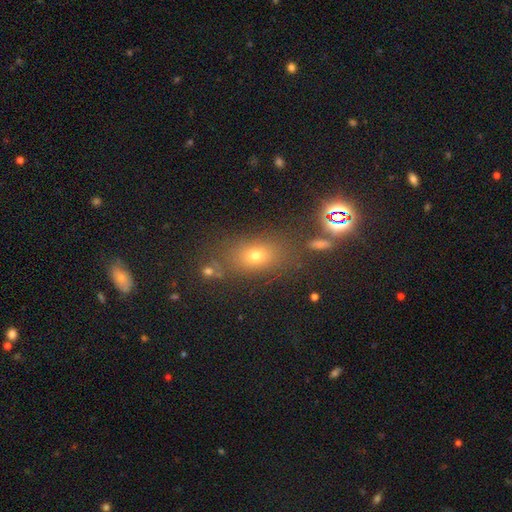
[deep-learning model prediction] A smooth galaxy with no disk features (62%) that is in between round and cigar-shaped (65%).

Vote fractions:
- Smooth or featured? smooth: 62% / star or artifact: 25% / featured or disk: 13%
- How rounded? in between: 65% / round: 30% / cigar-shaped: 4%
- Merging? none: 74% / minor disturbance: 12% / merger: 7% / major disturbance: 6%